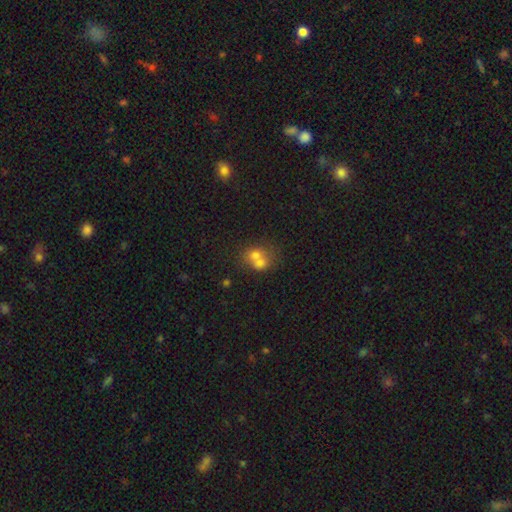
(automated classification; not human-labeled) A smooth galaxy with no disk features (65%) that is round (64%). Merging: merger (68%).